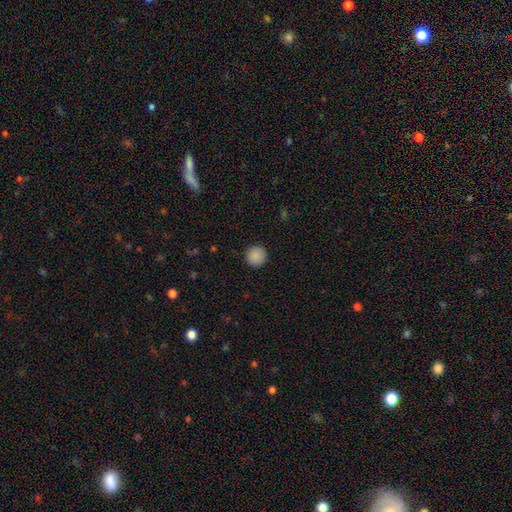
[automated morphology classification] Smooth or featured? smooth (88%)
How rounded? round (96%)
Merging? none (93%)